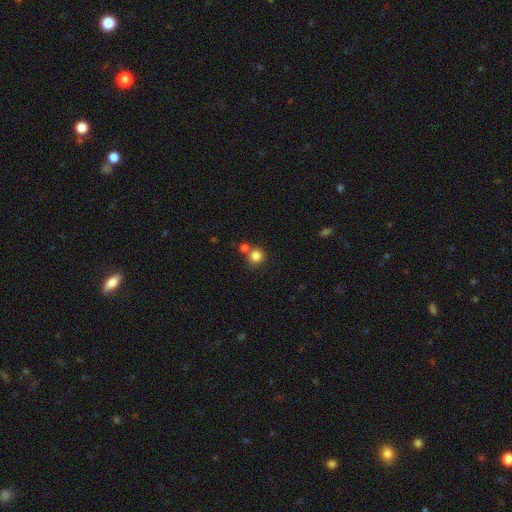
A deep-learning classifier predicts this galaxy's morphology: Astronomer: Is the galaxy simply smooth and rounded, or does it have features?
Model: smooth — 82%.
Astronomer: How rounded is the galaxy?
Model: round — 91%.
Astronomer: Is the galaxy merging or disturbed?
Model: none — 67%.